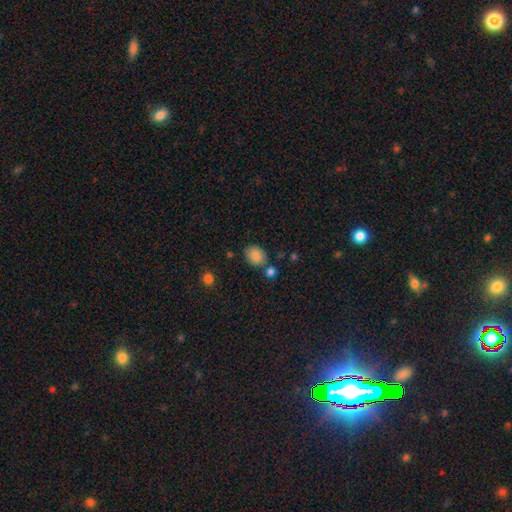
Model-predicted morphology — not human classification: A smooth galaxy with no disk features (86%) that is in between round and cigar-shaped (63%). Merging: none (72%).